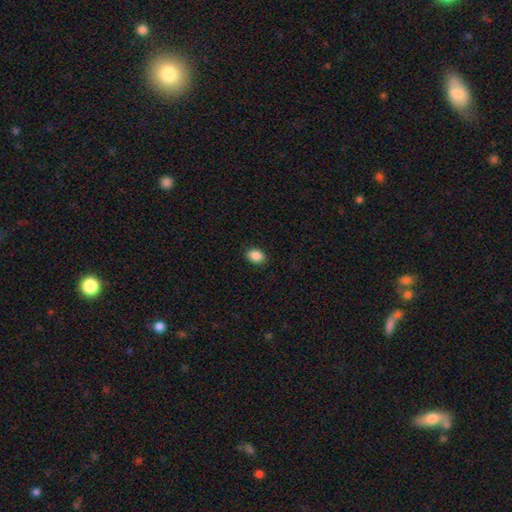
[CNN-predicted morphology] smooth 88%, star or artifact 9%, featured or disk 3%. Down the decision tree: how rounded — in between (74%); merging — none (89%).